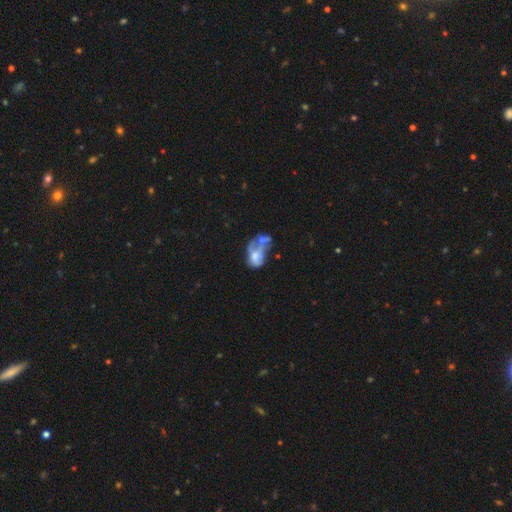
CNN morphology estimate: Overall: featured or disk (46%; smooth 44%). Merging: merger (49%; major disturbance 26%).